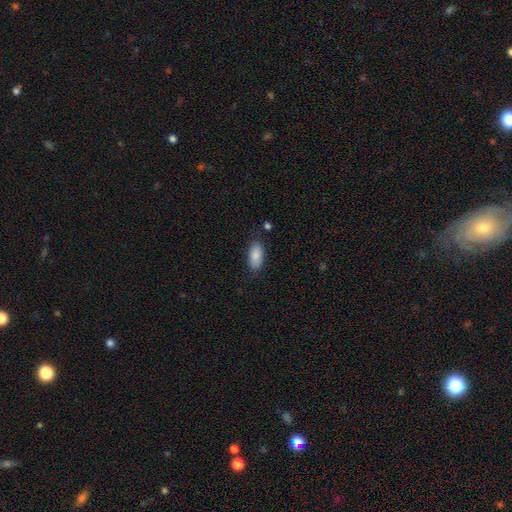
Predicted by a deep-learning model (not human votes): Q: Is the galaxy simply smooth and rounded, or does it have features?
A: smooth — 87%.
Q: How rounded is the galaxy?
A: in between — 90%.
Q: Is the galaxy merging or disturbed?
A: none — 80%.